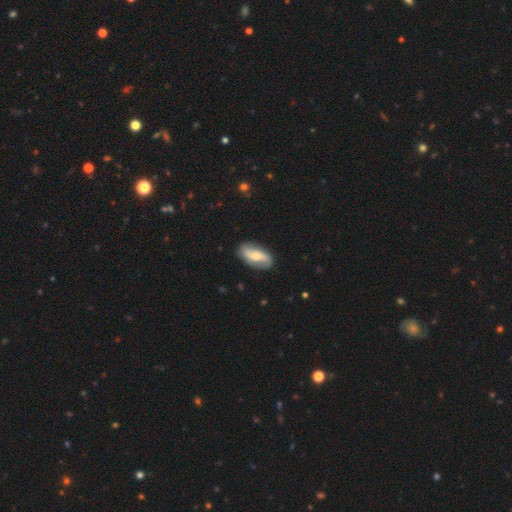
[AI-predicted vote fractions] Morphology: type=featured or disk (62%); edge-on=no (91%); bar=no (41%); spiral arms=yes (80%); bulge=moderate (58%); merging=none (83%).